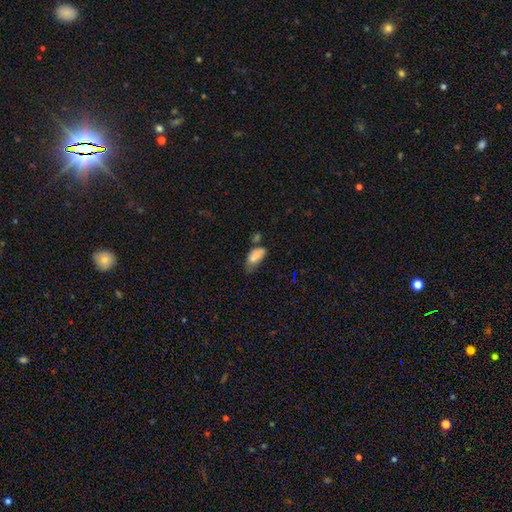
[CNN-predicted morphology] Smooth or featured? smooth (73%)
How rounded? in between (90%)
Merging? minor disturbance (32%)